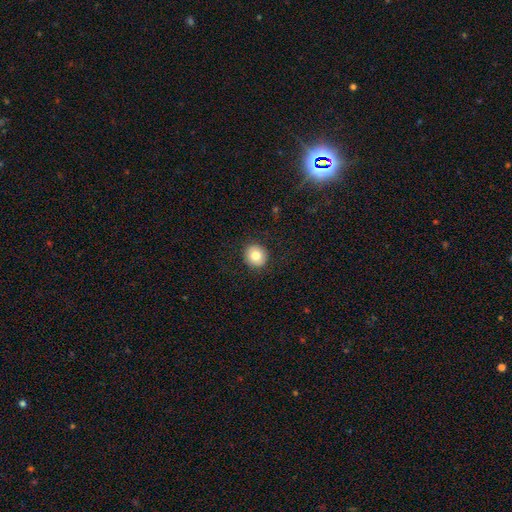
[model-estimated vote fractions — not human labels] The model was most divided on "smooth or featured": smooth: 81%, featured or disk: 10%, star or artifact: 9%. More confident: merging — none (90%); how rounded — round (87%).